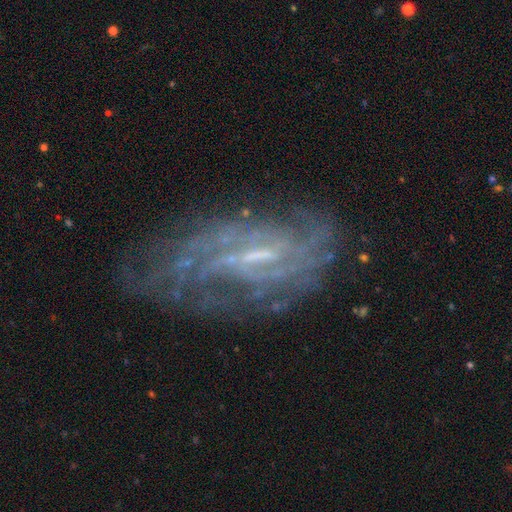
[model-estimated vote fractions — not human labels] This is clearly a featured or disk galaxy (81%). It is clearly not viewed edge-on (92%). Bar: possibly weak (51%). Spiral arm pattern: clearly yes (87%). Spiral arm count: possibly can't tell (53%). Spiral winding: possibly tight (53%). Central bulge: possibly small (53%). Merging: likely none (63%).